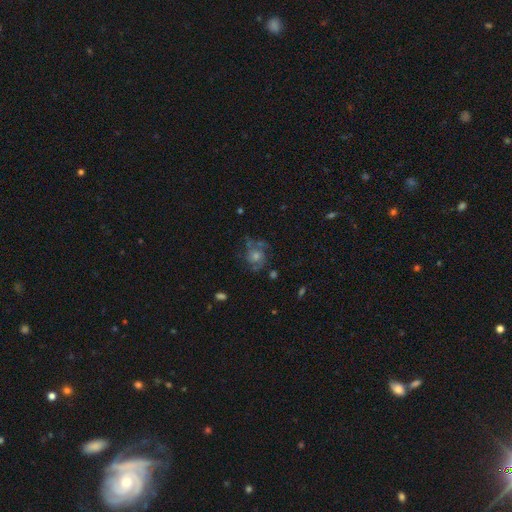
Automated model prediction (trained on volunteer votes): Smooth or featured?
  - featured or disk: 57% *
  - smooth: 23%
  - star or artifact: 20%
Edge-on disk?
  - no: 96% *
  - yes: 4%
Bar?
  - no: 79% *
  - weak: 17%
  - strong: 3%
Spiral arms?
  - yes: 77% *
  - no: 23%
Bulge size?
  - moderate: 51% *
  - small: 32%
  - large: 10%
  - none: 6%
  - dominant: 2%
Merging?
  - none: 65% *
  - minor disturbance: 17%
  - major disturbance: 14%
  - merger: 3%